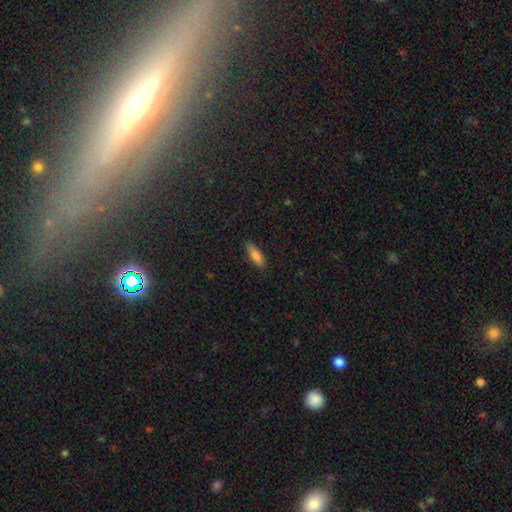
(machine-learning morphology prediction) type=smooth (81%); roundness=in between (53%); merging=none (84%).